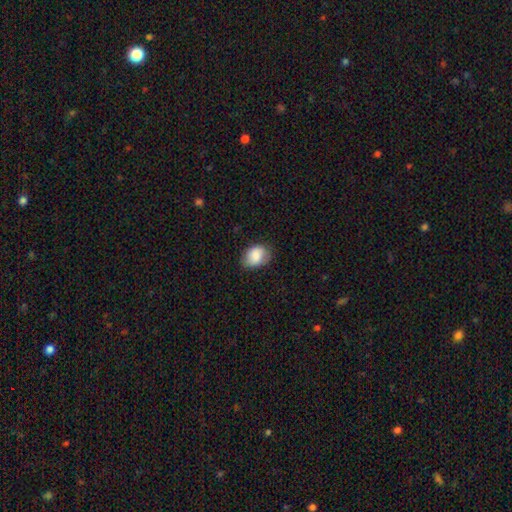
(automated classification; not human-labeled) Smooth or featured?
  - smooth: 84% *
  - featured or disk: 8%
  - star or artifact: 7%
How rounded?
  - in between: 73% *
  - round: 26%
  - cigar-shaped: 1%
Merging?
  - none: 75% *
  - minor disturbance: 20%
  - major disturbance: 4%
  - merger: 1%